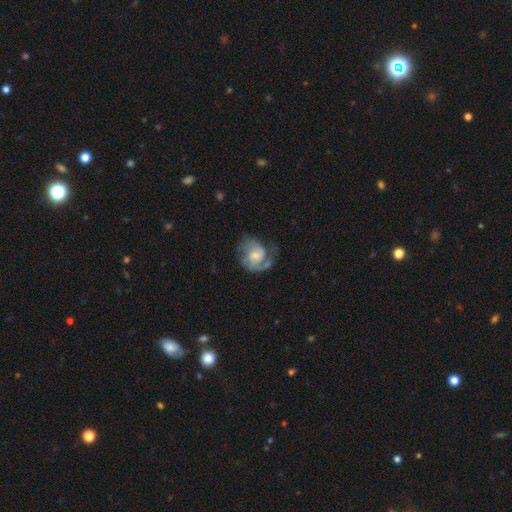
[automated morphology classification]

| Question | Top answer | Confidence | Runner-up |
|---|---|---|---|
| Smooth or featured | featured or disk | 67% | smooth (26%) |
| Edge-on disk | no | 98% | yes (2%) |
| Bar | no | 58% | weak (36%) |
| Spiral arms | yes | 87% | no (13%) |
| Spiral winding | medium | 44% | tight (32%) |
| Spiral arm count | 2 | 47% | 1 (30%) |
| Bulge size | moderate | 46% | small (28%) |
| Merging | none | 47% | major disturbance (26%) |